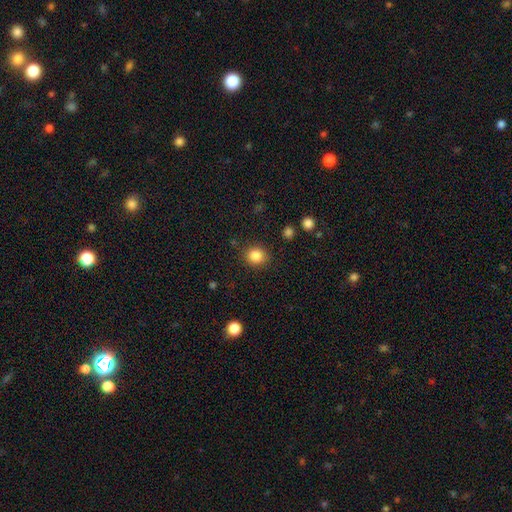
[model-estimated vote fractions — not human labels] smooth 86%, star or artifact 10%, featured or disk 4%. Down the decision tree: how rounded — round (80%); merging — none (88%).